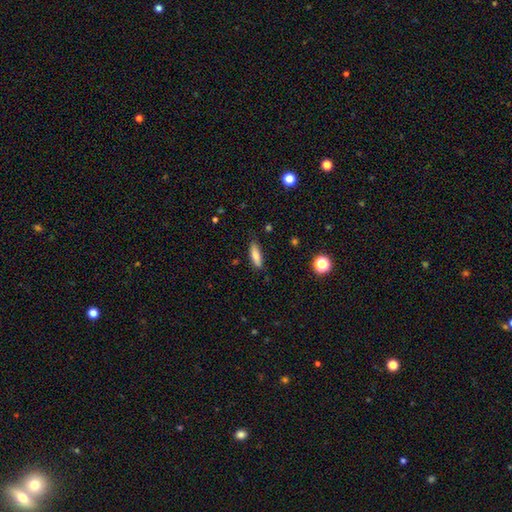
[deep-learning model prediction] Morphology: type=smooth (81%); roundness=cigar-shaped (51%); merging=none (83%).